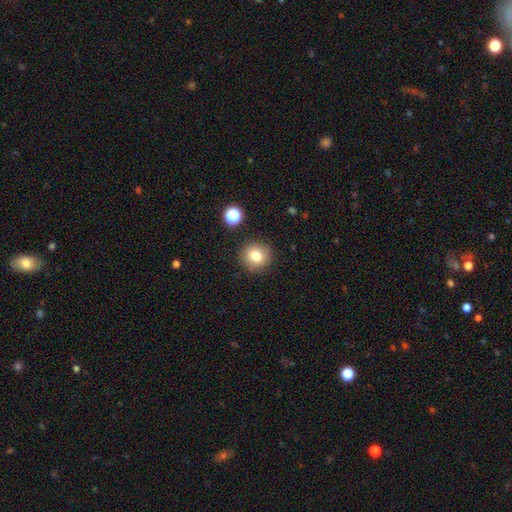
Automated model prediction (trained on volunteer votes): Morphology: type=smooth (79%); roundness=round (91%); merging=none (88%).